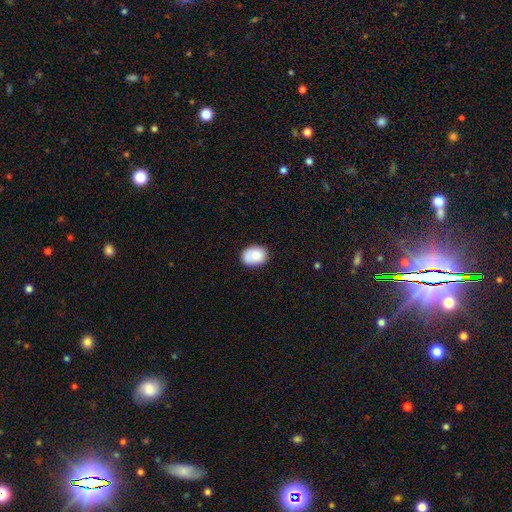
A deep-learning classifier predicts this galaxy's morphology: This appears to be a smooth galaxy with no disk features (79%) that is in between round and cigar-shaped (60%). Merging: none (65%).